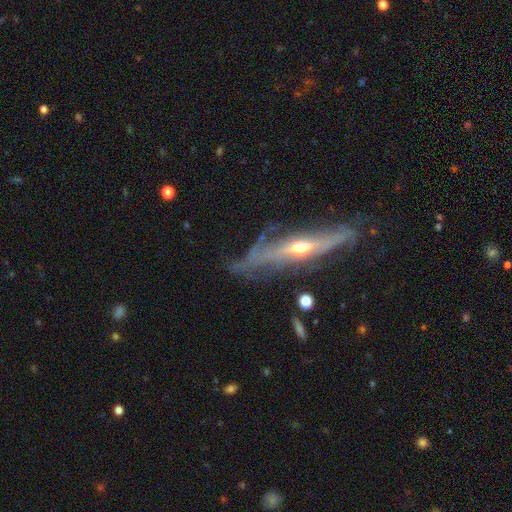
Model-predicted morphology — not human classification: A featured or disk galaxy (77%) viewed edge-on (70%) with a rounded central bulge (82%). Merging: none (56%).